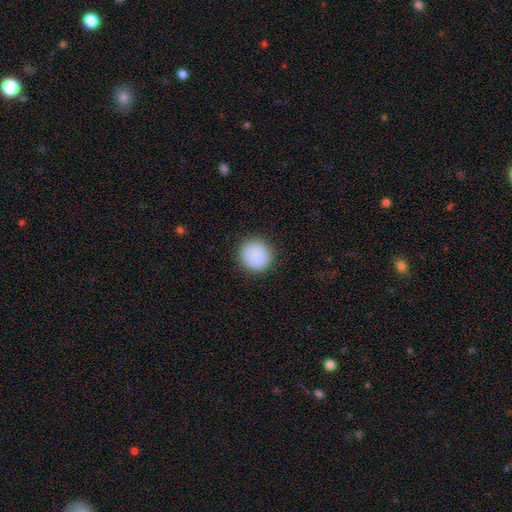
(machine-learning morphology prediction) Smooth or featured? Predicted: smooth (p=0.87). How rounded? Predicted: round (p=0.93). Merging? Predicted: none (p=0.89).